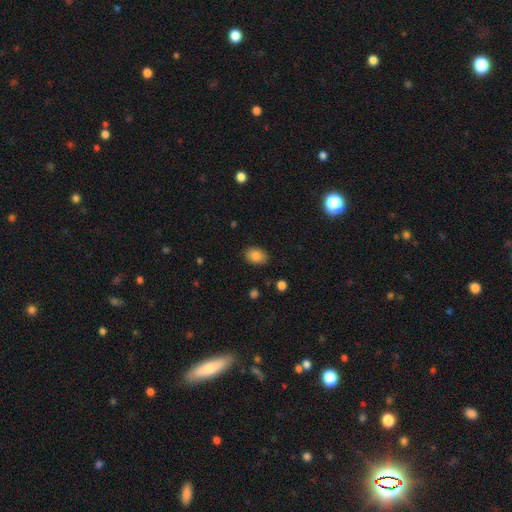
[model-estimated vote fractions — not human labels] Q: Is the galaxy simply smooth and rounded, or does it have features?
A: smooth — 85%.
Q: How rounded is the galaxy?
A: in between — 81%.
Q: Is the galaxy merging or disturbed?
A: none — 87%.